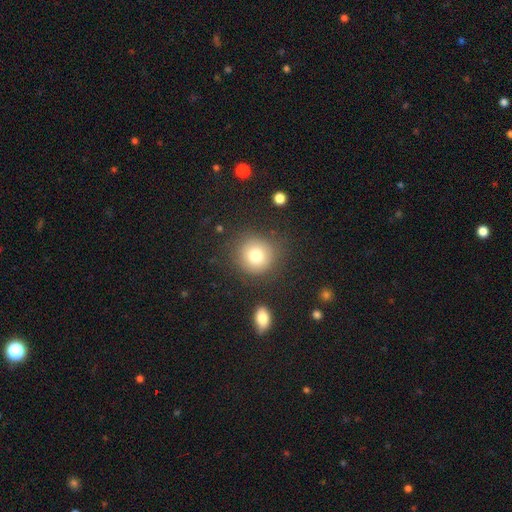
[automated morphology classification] A smooth galaxy with no disk features (78%) that is round (90%).

Vote fractions:
- Smooth or featured? smooth: 78% / featured or disk: 11% / star or artifact: 11%
- How rounded? round: 90% / in between: 9% / cigar-shaped: 1%
- Merging? none: 82% / minor disturbance: 10% / major disturbance: 5% / merger: 3%